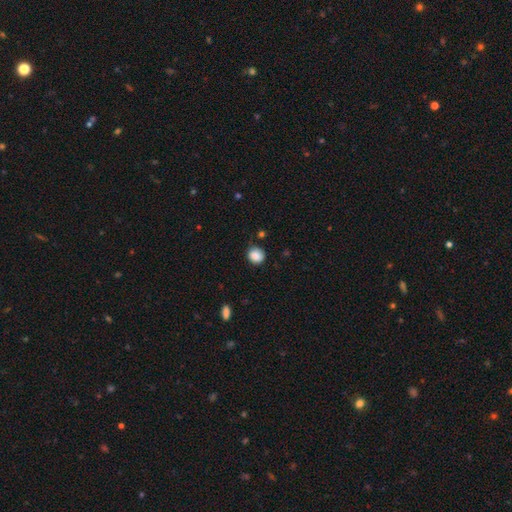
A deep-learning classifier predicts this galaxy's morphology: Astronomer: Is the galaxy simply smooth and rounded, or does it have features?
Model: smooth — 88%.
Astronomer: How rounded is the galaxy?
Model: round — 79%.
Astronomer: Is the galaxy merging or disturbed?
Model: none — 81%.